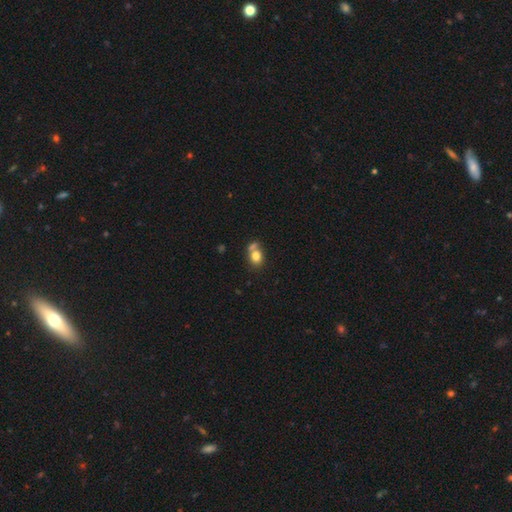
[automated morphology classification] A smooth galaxy with no disk features (79%) that is round (54%).

Vote fractions:
- Smooth or featured? smooth: 79% / featured or disk: 11% / star or artifact: 11%
- How rounded? round: 54% / in between: 45% / cigar-shaped: 1%
- Merging? none: 45% / merger: 35% / minor disturbance: 13% / major disturbance: 6%